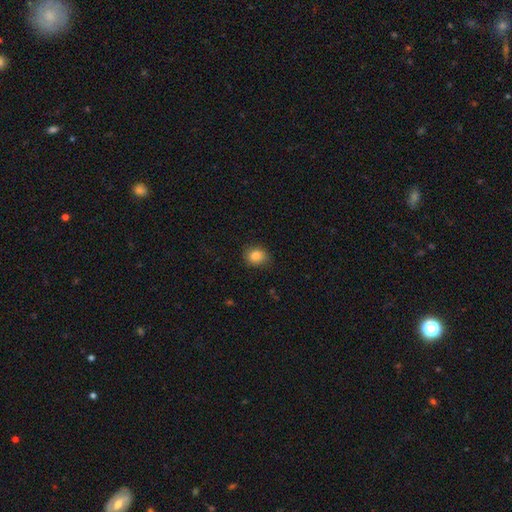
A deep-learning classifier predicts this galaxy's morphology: Smooth or featured? Predicted: smooth (p=0.84). How rounded? Predicted: round (p=0.69). Merging? Predicted: none (p=0.84).